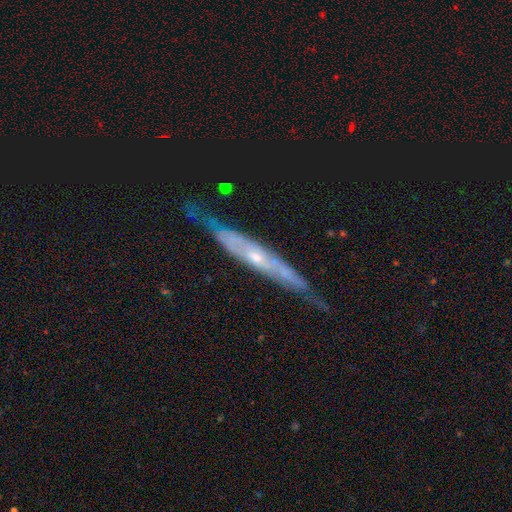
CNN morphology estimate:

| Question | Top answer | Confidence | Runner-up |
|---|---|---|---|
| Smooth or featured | featured or disk | 79% | smooth (13%) |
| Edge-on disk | yes | 65% | no (35%) |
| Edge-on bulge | rounded | 53% | none (41%) |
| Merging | none | 68% | minor disturbance (23%) |